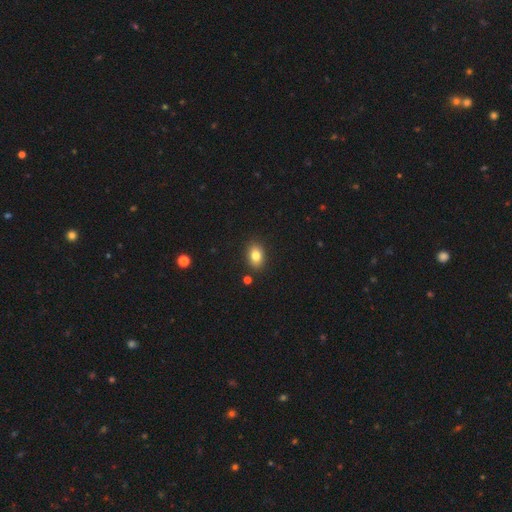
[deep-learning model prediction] A smooth galaxy with no disk features (81%) that is in between round and cigar-shaped (78%). Merging: none (86%).